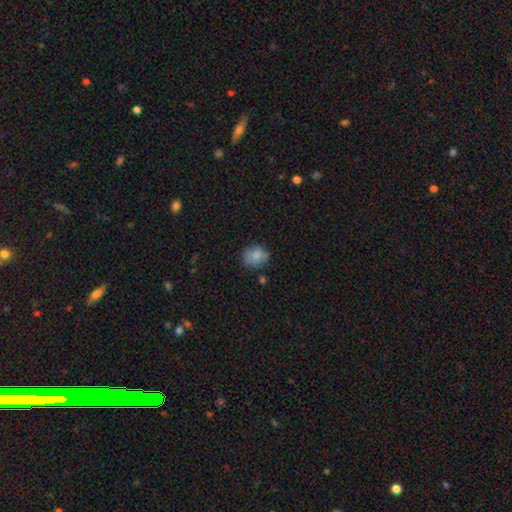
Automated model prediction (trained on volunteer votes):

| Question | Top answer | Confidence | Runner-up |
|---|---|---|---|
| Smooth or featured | smooth | 80% | featured or disk (11%) |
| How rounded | round | 60% | in between (39%) |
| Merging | none | 67% | minor disturbance (23%) |